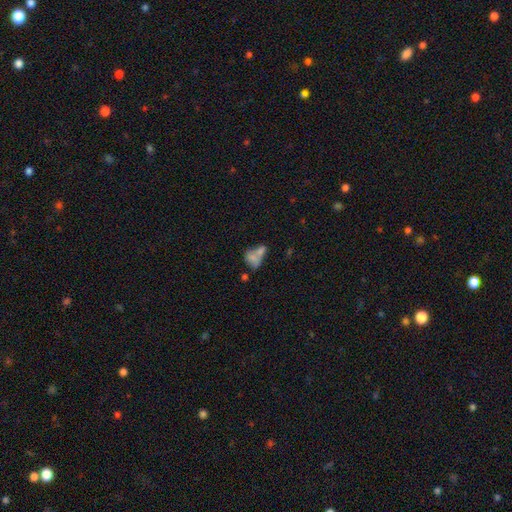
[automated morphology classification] The model was most divided on "smooth or featured": smooth: 66%, featured or disk: 23%, star or artifact: 11%. More confident: how rounded — in between (71%); merging — merger (63%).